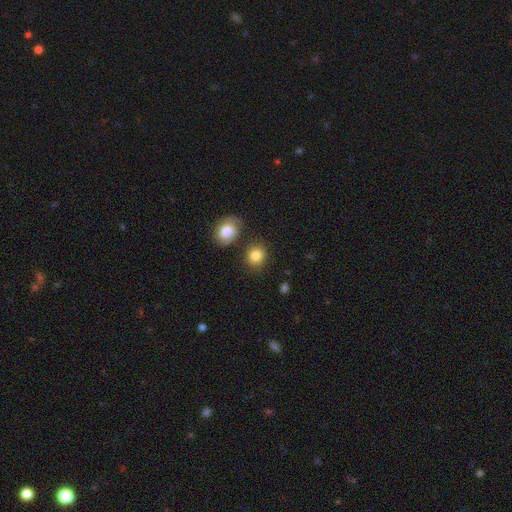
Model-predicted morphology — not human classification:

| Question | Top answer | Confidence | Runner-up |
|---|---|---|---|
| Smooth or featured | smooth | 83% | star or artifact (10%) |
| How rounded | round | 71% | in between (28%) |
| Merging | none | 76% | minor disturbance (11%) |